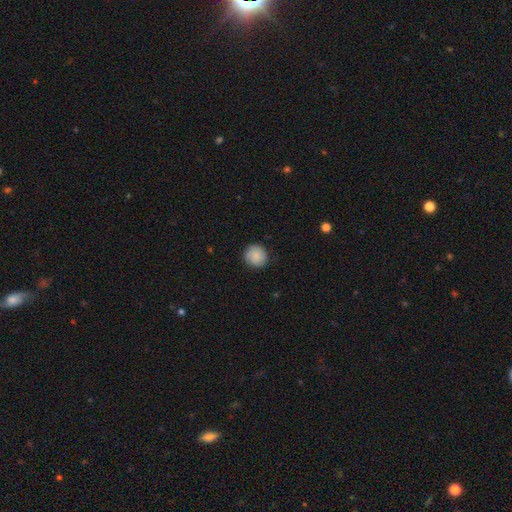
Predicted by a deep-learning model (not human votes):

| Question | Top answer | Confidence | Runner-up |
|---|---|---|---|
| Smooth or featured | smooth | 87% | star or artifact (7%) |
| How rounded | round | 92% | in between (7%) |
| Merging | none | 87% | minor disturbance (10%) |